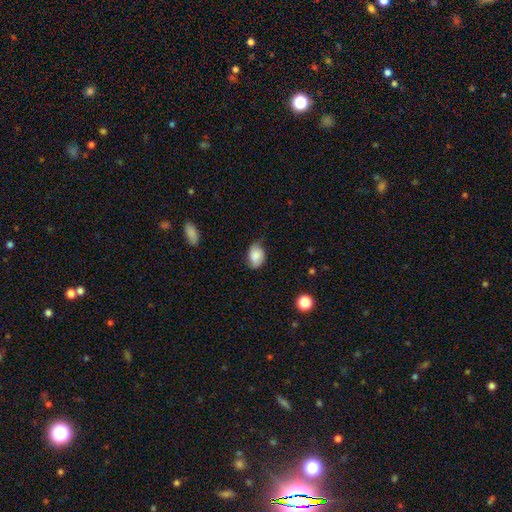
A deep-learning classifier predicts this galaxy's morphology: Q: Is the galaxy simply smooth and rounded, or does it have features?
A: smooth — 79%.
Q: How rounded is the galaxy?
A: in between — 79%.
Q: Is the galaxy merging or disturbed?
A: none — 61%.